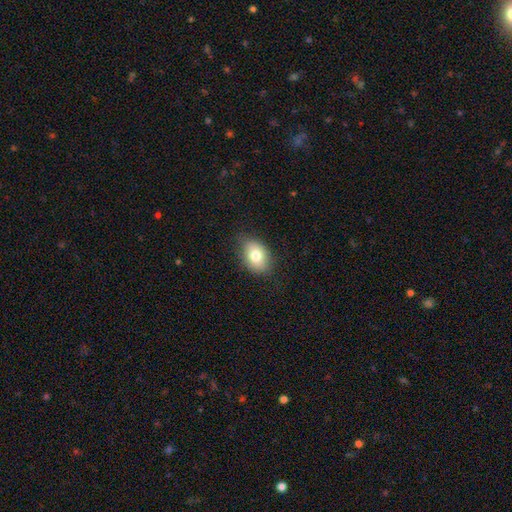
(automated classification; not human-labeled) Smooth or featured? Predicted: smooth (p=0.77). How rounded? Predicted: in between (p=0.78). Merging? Predicted: none (p=0.79).